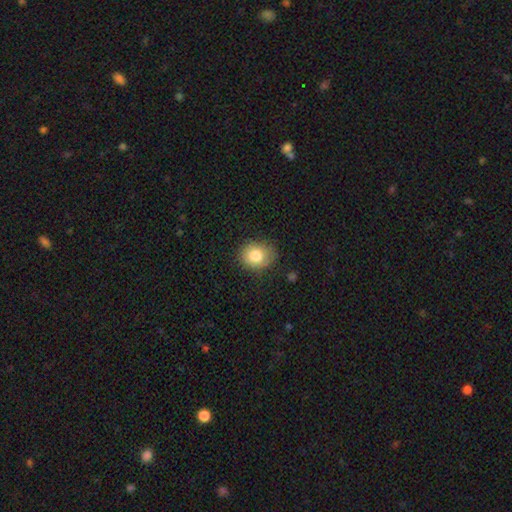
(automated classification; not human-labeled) A smooth galaxy with no disk features (82%) that is round (61%).

Vote fractions:
- Smooth or featured? smooth: 82% / star or artifact: 9% / featured or disk: 9%
- How rounded? round: 61% / in between: 39% / cigar-shaped: 1%
- Merging? none: 78% / minor disturbance: 17% / major disturbance: 4% / merger: 1%